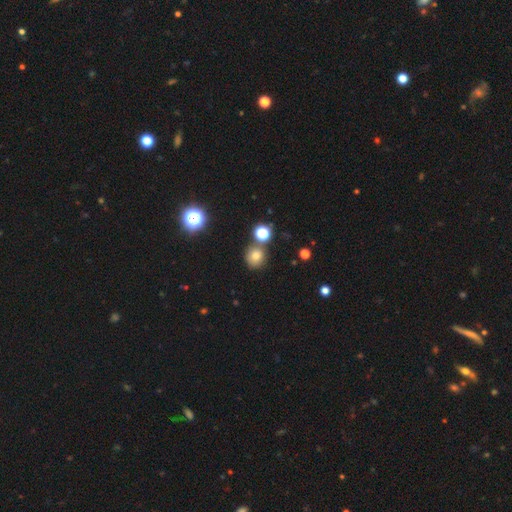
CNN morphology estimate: smooth-or-featured: smooth: 71% | star or artifact: 20% | featured or disk: 9%
  how-rounded: round: 88% | in between: 11% | cigar-shaped: 1%
  merging: none: 74% | merger: 13% | minor disturbance: 9% | major disturbance: 3%